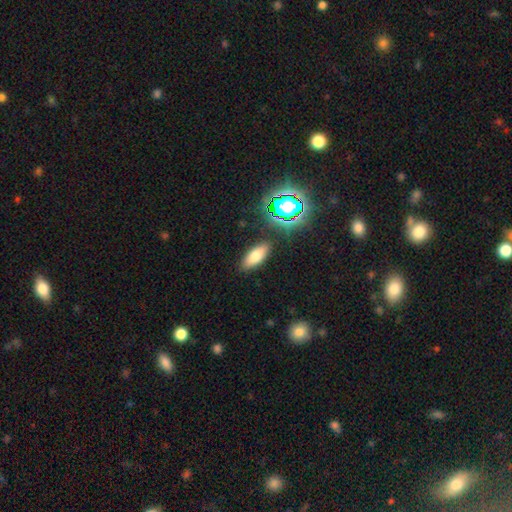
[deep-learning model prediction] smooth-or-featured: smooth: 73% | featured or disk: 14% | star or artifact: 13%
  how-rounded: in between: 78% | cigar-shaped: 19% | round: 3%
  merging: none: 87% | minor disturbance: 9% | major disturbance: 2% | merger: 2%